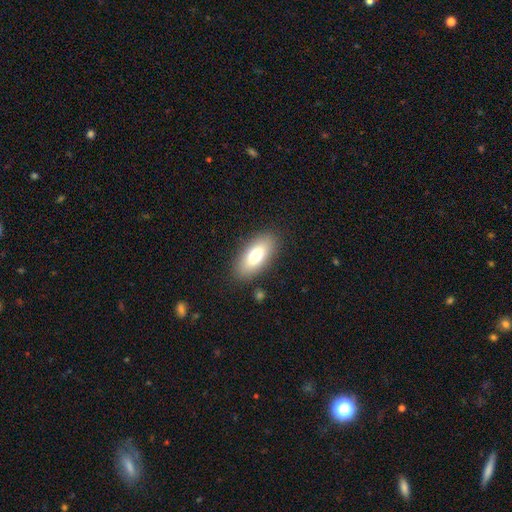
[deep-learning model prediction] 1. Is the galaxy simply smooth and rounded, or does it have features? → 75% smooth, 18% featured or disk, 8% star or artifact.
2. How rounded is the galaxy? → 86% in between, 11% cigar-shaped, 3% round.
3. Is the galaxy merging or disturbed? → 87% none, 9% minor disturbance, 3% major disturbance, 1% merger.